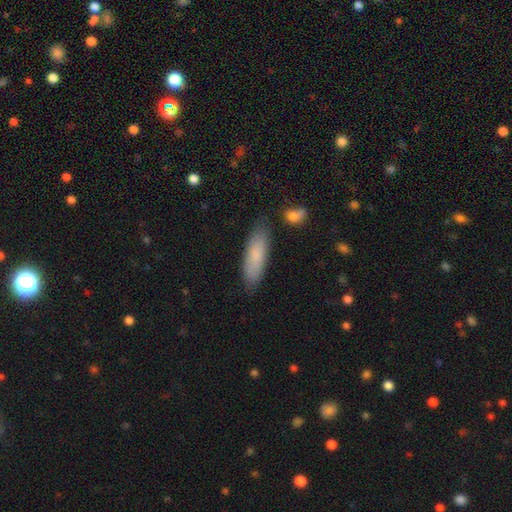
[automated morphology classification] The model was most divided on "how rounded": cigar-shaped: 52%, in between: 46%, round: 2%. More confident: merging — none (83%); smooth or featured — smooth (81%).